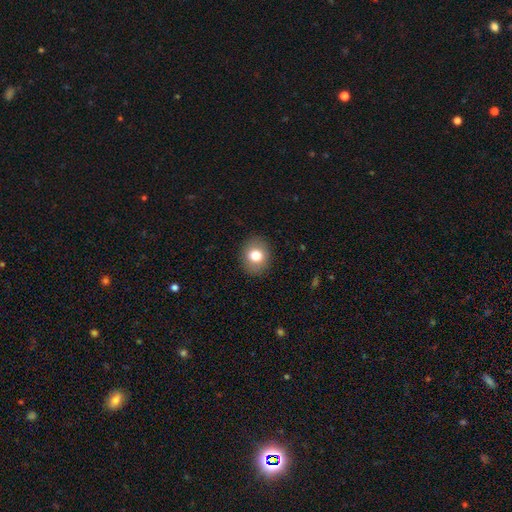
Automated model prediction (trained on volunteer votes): Morphology: type=smooth (77%); roundness=round (61%); merging=none (89%).